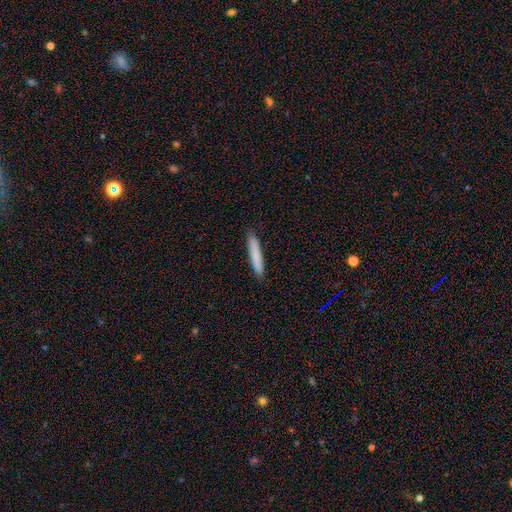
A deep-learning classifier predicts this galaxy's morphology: Smooth or featured?
  - smooth: 83% *
  - featured or disk: 11%
  - star or artifact: 6%
How rounded?
  - cigar-shaped: 93% *
  - in between: 6%
  - round: 1%
Merging?
  - none: 90% *
  - minor disturbance: 7%
  - major disturbance: 1%
  - merger: 1%